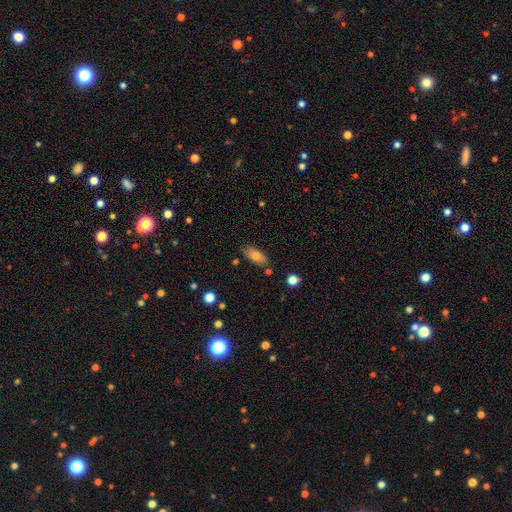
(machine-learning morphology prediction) The model was most divided on "smooth or featured": smooth: 76%, featured or disk: 16%, star or artifact: 8%. More confident: how rounded — in between (82%); merging — none (79%).